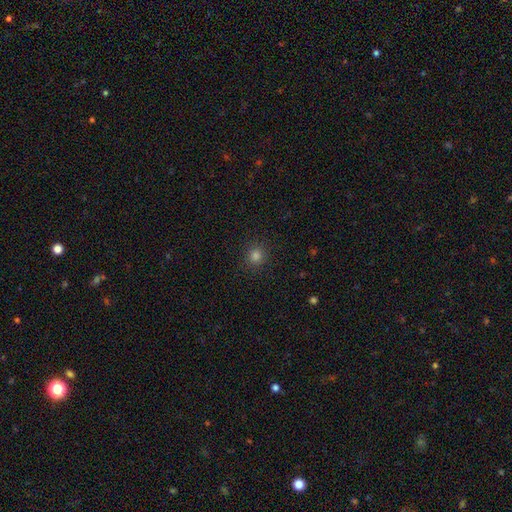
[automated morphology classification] Overall: smooth (79%). How rounded: round (92%). Merging: none (91%).